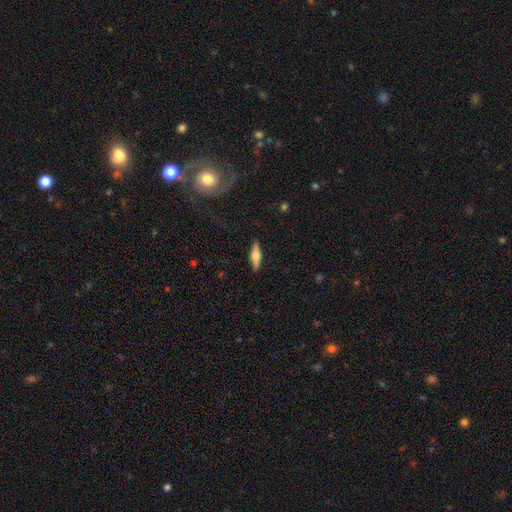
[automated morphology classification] smooth-or-featured: featured or disk: 55% | smooth: 39% | star or artifact: 6%
  disk-edge-on: yes: 95% | no: 5%
    edge-on-bulge: rounded: 89% | boxy: 8% | none: 3%
  merging: none: 89% | minor disturbance: 8% | major disturbance: 2% | merger: 1%